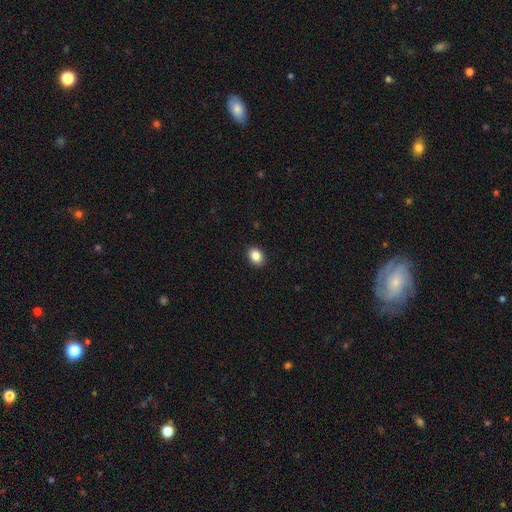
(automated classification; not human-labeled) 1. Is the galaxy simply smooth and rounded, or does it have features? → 86% smooth, 9% star or artifact, 5% featured or disk.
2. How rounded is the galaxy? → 64% in between, 35% round, 1% cigar-shaped.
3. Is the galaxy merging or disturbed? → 91% none, 6% minor disturbance, 2% major disturbance, 1% merger.